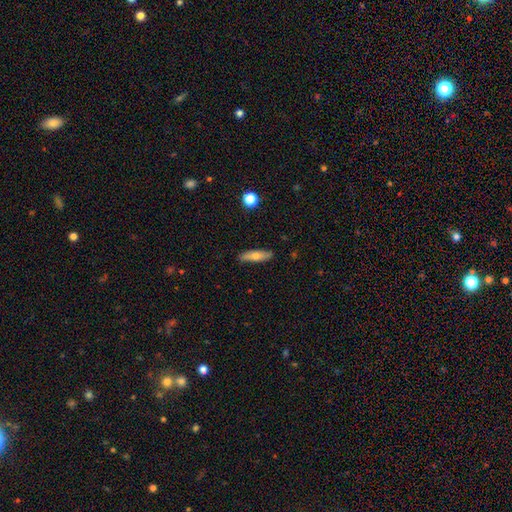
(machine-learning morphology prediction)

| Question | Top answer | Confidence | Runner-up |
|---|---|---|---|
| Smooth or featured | smooth | 64% | featured or disk (29%) |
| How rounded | cigar-shaped | 66% | in between (31%) |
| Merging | none | 87% | minor disturbance (10%) |